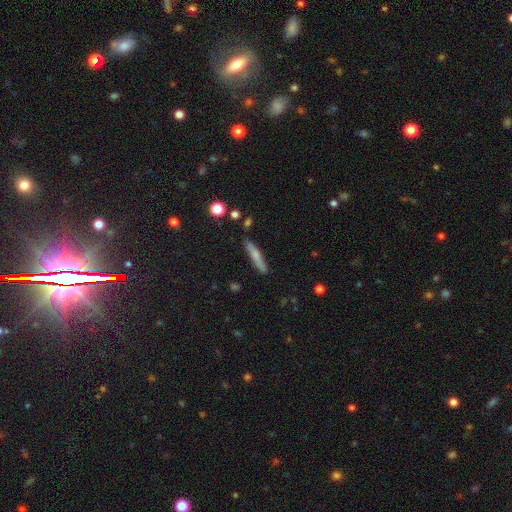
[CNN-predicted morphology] smooth 68%, featured or disk 25%, star or artifact 7%. Down the decision tree: how rounded — cigar-shaped (91%); merging — none (85%).